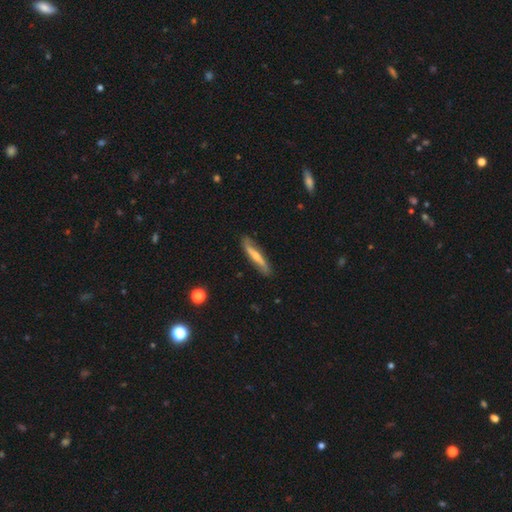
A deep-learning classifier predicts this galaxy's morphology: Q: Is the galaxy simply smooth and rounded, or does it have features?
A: featured or disk — 54%.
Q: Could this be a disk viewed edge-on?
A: yes — 66%.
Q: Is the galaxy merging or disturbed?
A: none — 81%.